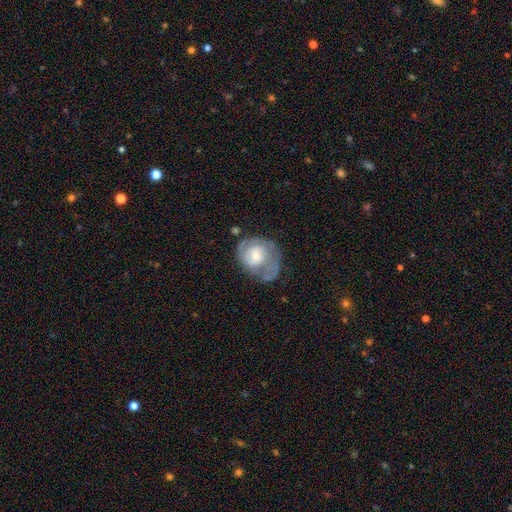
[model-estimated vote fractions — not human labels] The model was most divided on "spiral winding": tight: 42%, medium: 41%, loose: 17%. Remaining: edge-on disk — no (98%); spiral arms — yes (83%); smooth or featured — featured or disk (67%); spiral arm count — 2 (53%); bar — no (47%); bulge size — moderate (47%); merging — none (45%).